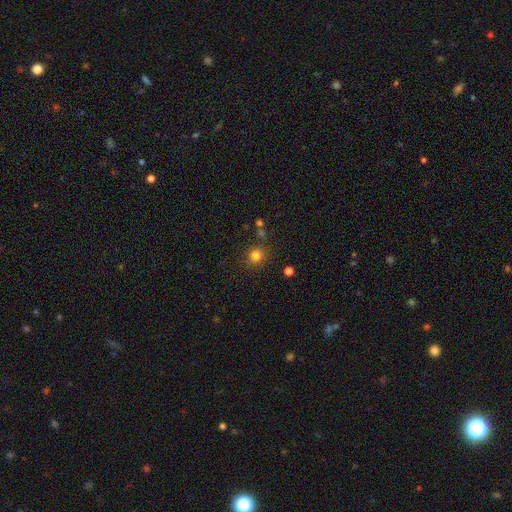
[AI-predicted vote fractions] A smooth galaxy with no disk features (79%) that is round (88%).

Vote fractions:
- Smooth or featured? smooth: 79% / star or artifact: 15% / featured or disk: 6%
- How rounded? round: 88% / in between: 11% / cigar-shaped: 1%
- Merging? none: 82% / minor disturbance: 10% / merger: 5% / major disturbance: 4%